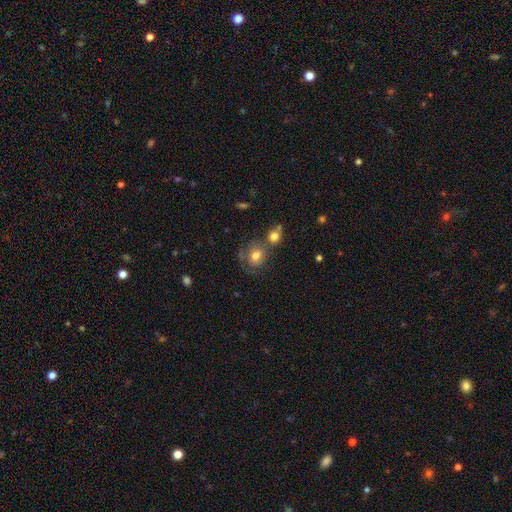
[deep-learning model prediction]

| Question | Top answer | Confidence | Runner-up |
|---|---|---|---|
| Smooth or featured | smooth | 69% | featured or disk (20%) |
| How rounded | round | 67% | in between (32%) |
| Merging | none | 48% | merger (26%) |